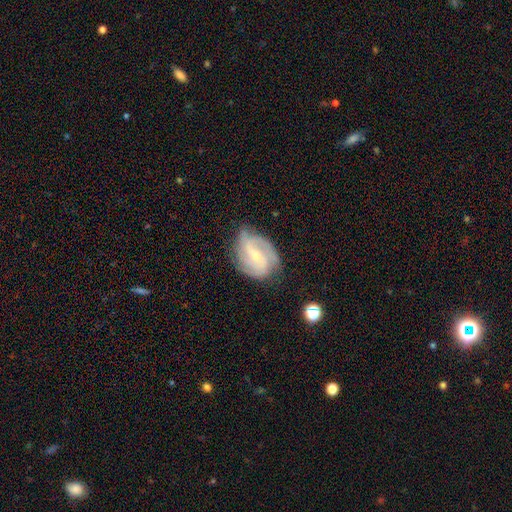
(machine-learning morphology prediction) A featured or disk galaxy (87%) with a weak bar (50%), 2 (43%) medium (45%) spiral arms (97%) and a small central bulge (64%). Merging: none (71%).